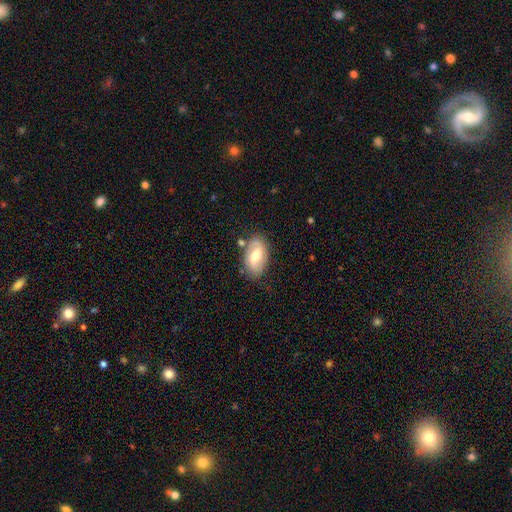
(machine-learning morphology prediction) type=smooth (47%); merging=none (75%).